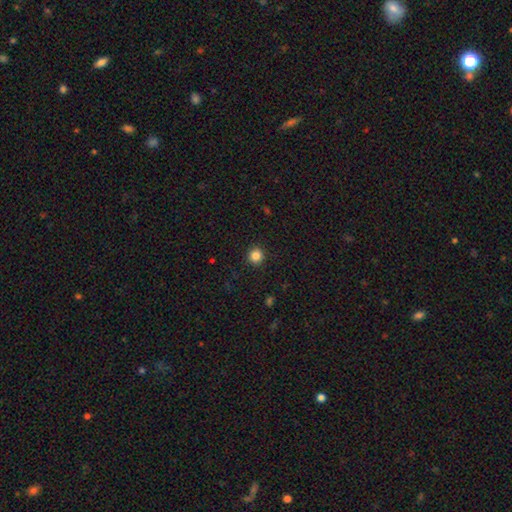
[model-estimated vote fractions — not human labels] Smooth or featured? Predicted: smooth (p=0.85). How rounded? Predicted: round (p=0.93). Merging? Predicted: none (p=0.92).